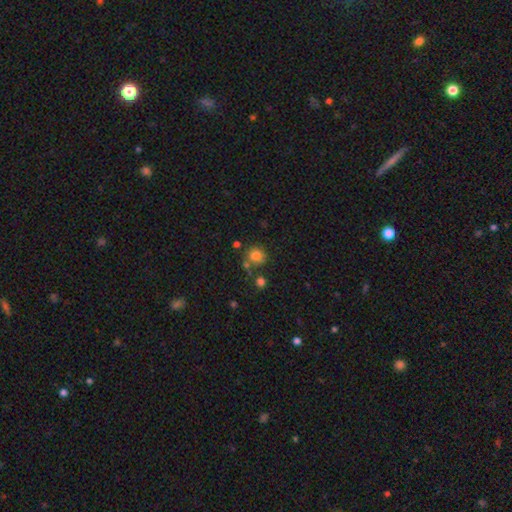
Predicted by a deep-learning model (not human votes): smooth_or_featured: smooth (p=0.79) [alt: star or artifact p=0.13]
how_rounded: round (p=0.85) [alt: in between p=0.14]
merging: none (p=0.66) [alt: merger p=0.16]